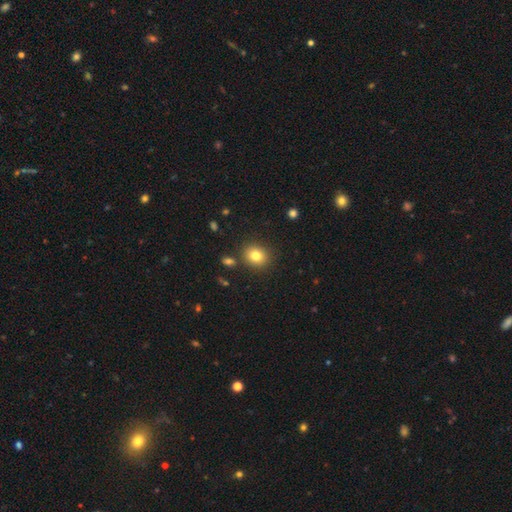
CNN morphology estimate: Smooth or featured: smooth — 80% (star or artifact — 12%)
How rounded: round — 72% (in between — 27%)
Merging: none — 85% (minor disturbance — 8%)